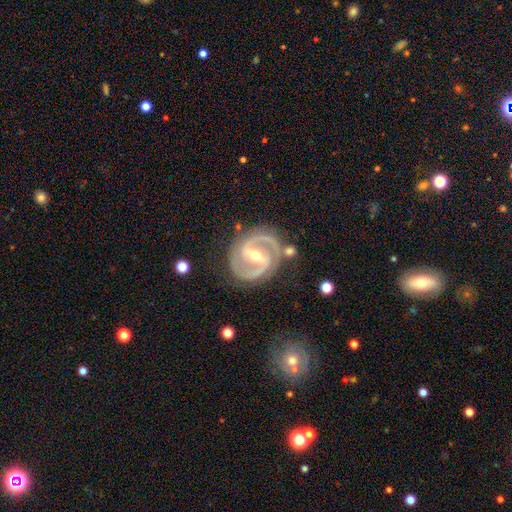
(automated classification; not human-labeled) A featured or disk galaxy (93%) with a strong bar (62%), 2 (92%) medium (53%) spiral arms (98%) and a moderate central bulge (61%).

Vote fractions:
- Smooth or featured? featured or disk: 93% / star or artifact: 4% / smooth: 3%
- Edge-on disk? no: 98% / yes: 2%
- Bar? strong: 62% / weak: 29% / no: 9%
- Spiral arms? yes: 98% / no: 2%
- Spiral winding? medium: 53% / tight: 40% / loose: 7%
- Spiral arm count? 2: 92% / 3: 3% / can't tell: 2% / 1: 1% / 4: 1% / more than 4: 1%
- Bulge size? moderate: 61% / small: 35% / large: 2% / none: 1% / dominant: 1%
- Merging? none: 80% / minor disturbance: 13% / major disturbance: 4% / merger: 3%